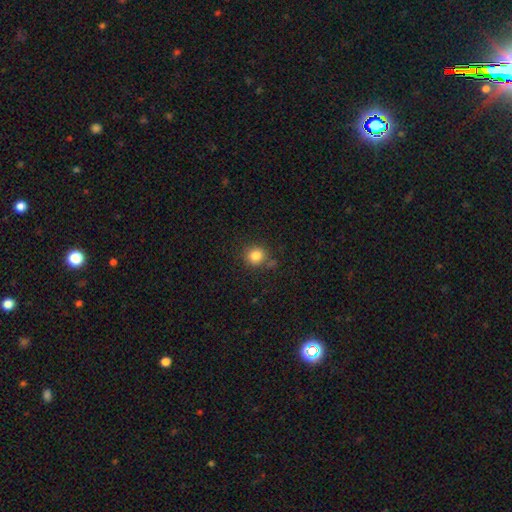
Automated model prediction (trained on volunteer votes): Morphology: type=smooth (83%); roundness=round (88%); merging=none (77%).